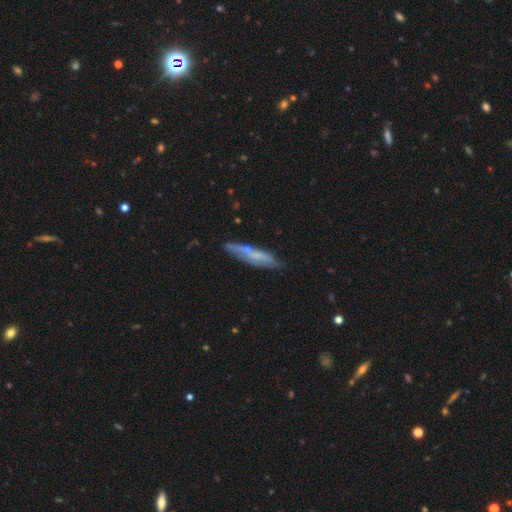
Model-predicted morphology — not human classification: This appears to be a featured or disk galaxy (47%). Merging: none (69%).